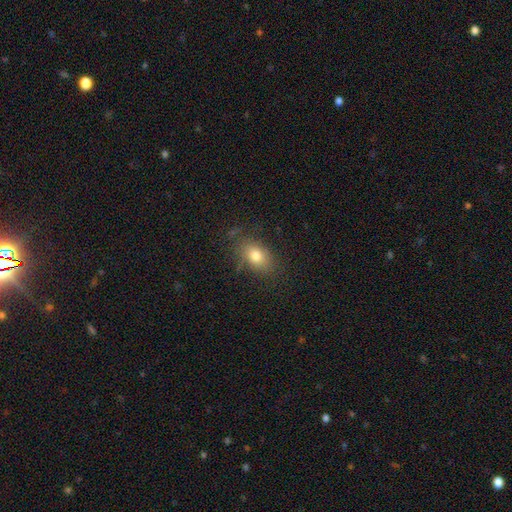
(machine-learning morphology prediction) Smooth or featured?
  - smooth: 77% *
  - featured or disk: 12%
  - star or artifact: 11%
How rounded?
  - in between: 78% *
  - round: 20%
  - cigar-shaped: 2%
Merging?
  - none: 76% *
  - minor disturbance: 16%
  - major disturbance: 5%
  - merger: 2%